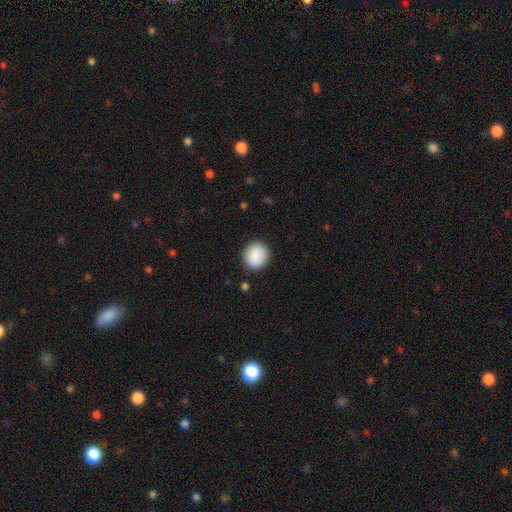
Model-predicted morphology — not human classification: Smooth or featured? Predicted: smooth (p=0.89). How rounded? Predicted: round (p=0.85). Merging? Predicted: none (p=0.90).